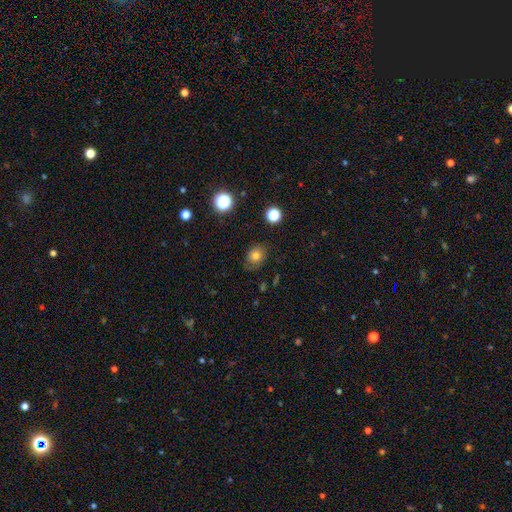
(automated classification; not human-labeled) Smooth or featured? Predicted: smooth (p=0.71). How rounded? Predicted: round (p=0.55). Merging? Predicted: none (p=0.74).